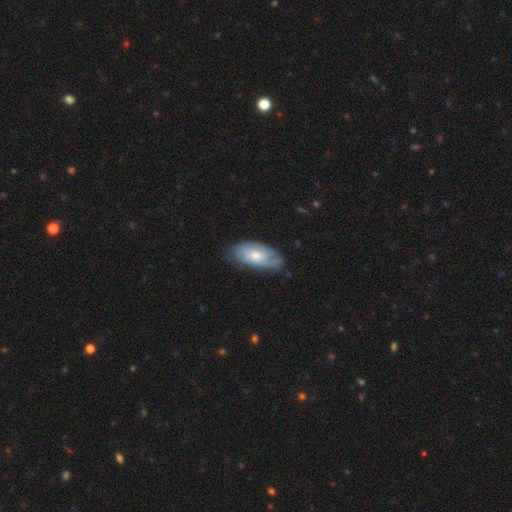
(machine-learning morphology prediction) Smooth or featured? featured or disk (51%)
Edge-on disk? no (89%)
Merging? none (66%)